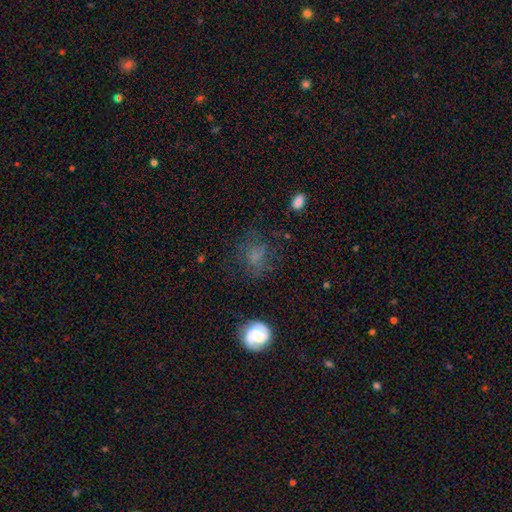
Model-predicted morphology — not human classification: A smooth galaxy with no disk features (55%) that is round (65%).

Vote fractions:
- Smooth or featured? smooth: 55% / featured or disk: 23% / star or artifact: 22%
- How rounded? round: 65% / in between: 33% / cigar-shaped: 2%
- Merging? none: 62% / minor disturbance: 19% / major disturbance: 16% / merger: 3%